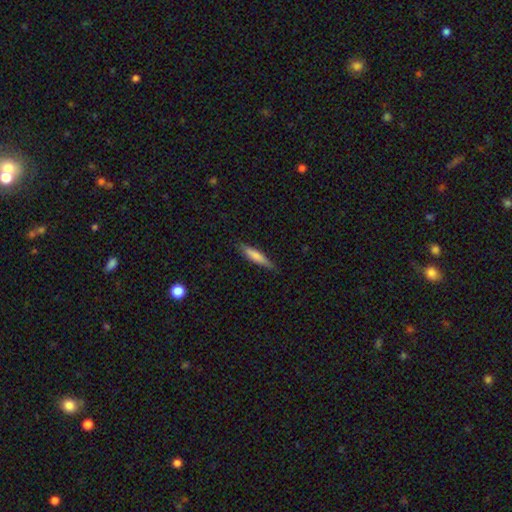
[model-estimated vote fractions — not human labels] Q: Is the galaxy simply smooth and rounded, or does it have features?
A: smooth — 74%.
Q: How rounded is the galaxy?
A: cigar-shaped — 85%.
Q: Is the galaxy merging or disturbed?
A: none — 85%.